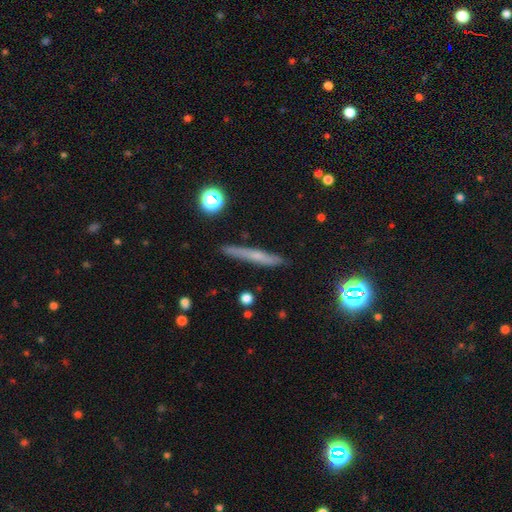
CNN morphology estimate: smooth 47%, featured or disk 41%, star or artifact 11%. Down the decision tree: merging — none (87%).